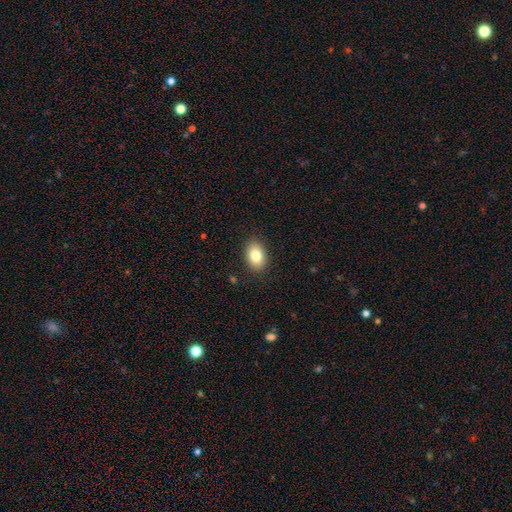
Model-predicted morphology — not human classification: smooth 83%, featured or disk 9%, star or artifact 8%. Down the decision tree: how rounded — in between (82%); merging — none (88%).